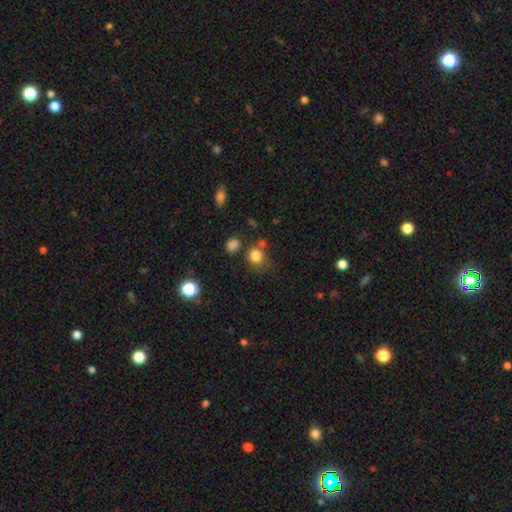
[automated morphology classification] type=smooth (81%); roundness=round (72%); merging=none (61%).